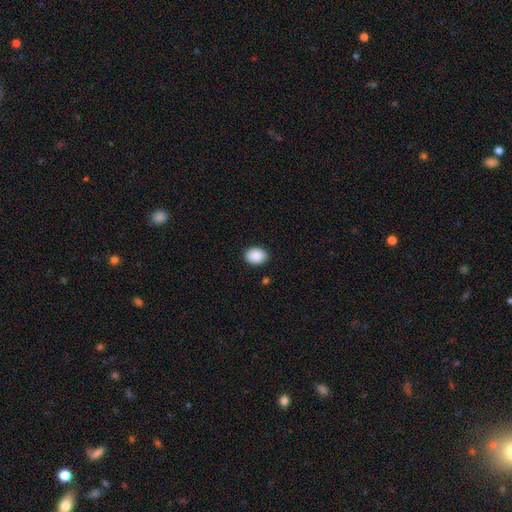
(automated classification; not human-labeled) Overall: smooth (90%). How rounded: in between (67%; round 32%). Merging: none (89%).